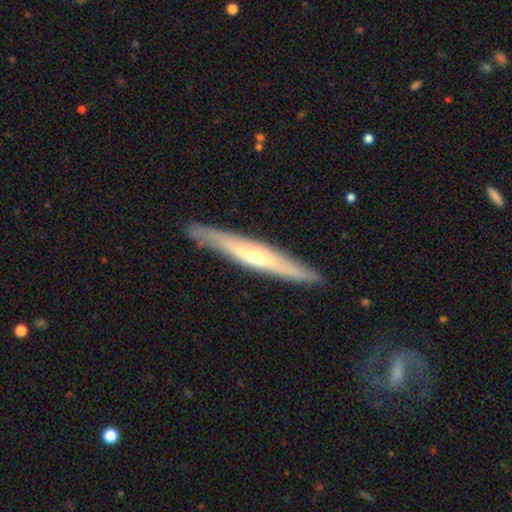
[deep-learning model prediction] Q: Smooth or featured?
A: featured or disk (67%); runner-up: smooth (27%)
Q: Edge-on disk?
A: yes (87%); runner-up: no (13%)
Q: Edge-on bulge?
A: rounded (69%); runner-up: none (26%)
Q: Merging?
A: none (88%); runner-up: minor disturbance (9%)